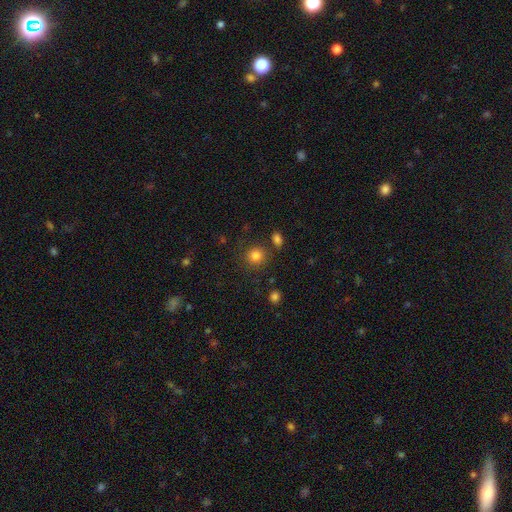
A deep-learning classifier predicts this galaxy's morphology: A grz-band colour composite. It shows a smooth galaxy with no disk features (83%) that is round (86%). Merging: none (80%).